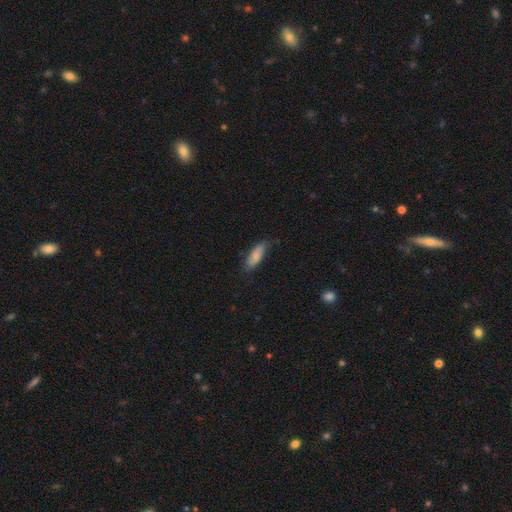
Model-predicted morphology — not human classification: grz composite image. It shows a smooth galaxy with no disk features (82%) that is in between round and cigar-shaped (58%). Merging: none (74%).